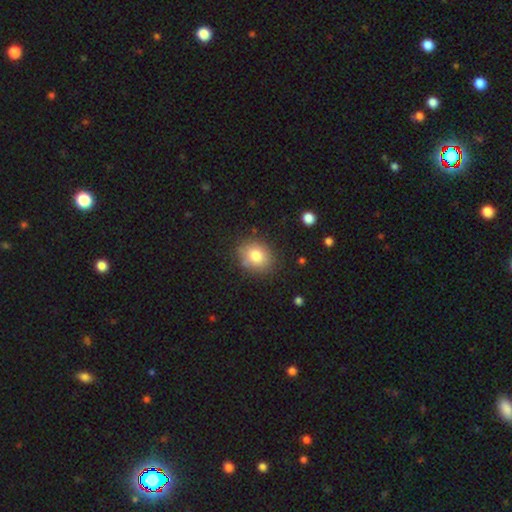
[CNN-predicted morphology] Q: Smooth or featured?
A: smooth (81%); runner-up: featured or disk (10%)
Q: How rounded?
A: round (58%); runner-up: in between (41%)
Q: Merging?
A: none (82%); runner-up: minor disturbance (13%)